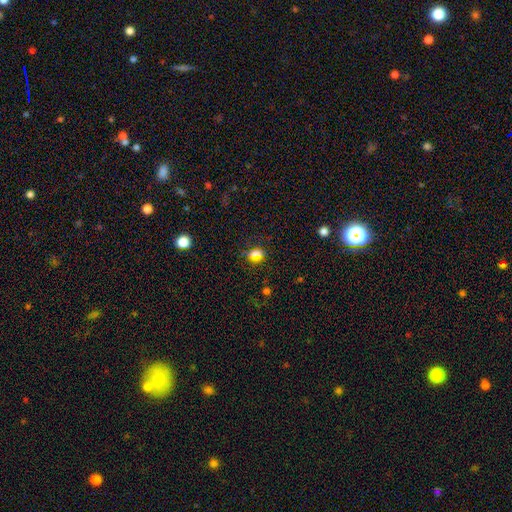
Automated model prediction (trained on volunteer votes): Overall: smooth (65%; star or artifact 27%). How rounded: round (61%; in between 36%). Merging: none (82%).